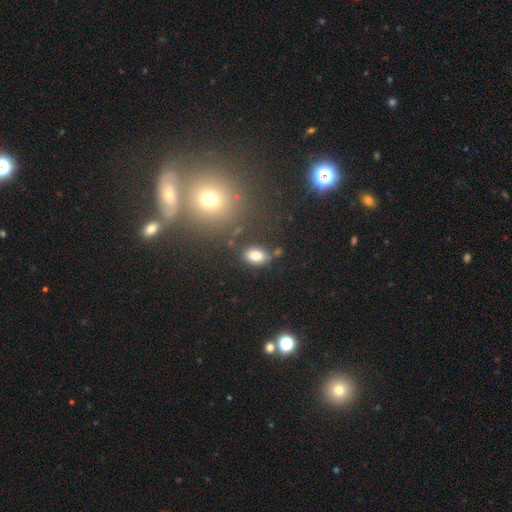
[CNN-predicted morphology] A smooth galaxy with no disk features (82%) that is in between round and cigar-shaped (88%). Merging: none (70%).